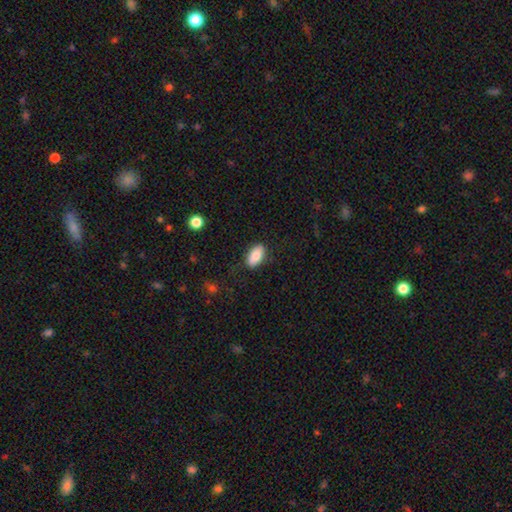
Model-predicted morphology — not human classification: smooth_or_featured: smooth (p=0.82) [alt: featured or disk p=0.11]
how_rounded: in between (p=0.91) [alt: cigar-shaped p=0.05]
merging: none (p=0.84) [alt: minor disturbance p=0.12]